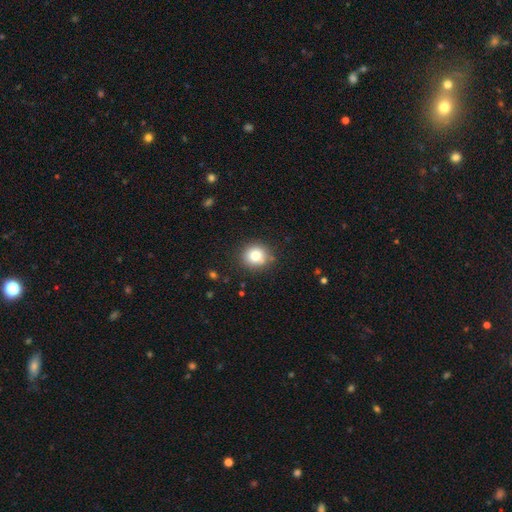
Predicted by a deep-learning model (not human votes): A smooth galaxy with no disk features (79%) that is round (88%).

Vote fractions:
- Smooth or featured? smooth: 79% / star or artifact: 12% / featured or disk: 10%
- How rounded? round: 88% / in between: 11% / cigar-shaped: 1%
- Merging? none: 85% / minor disturbance: 10% / major disturbance: 3% / merger: 3%